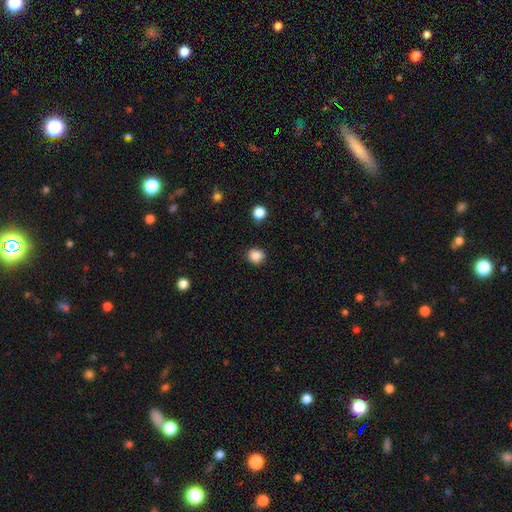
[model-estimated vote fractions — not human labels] smooth-or-featured: smooth: 87% | star or artifact: 10% | featured or disk: 3%
  how-rounded: round: 73% | in between: 26% | cigar-shaped: 1%
  merging: none: 87% | minor disturbance: 9% | major disturbance: 2% | merger: 2%